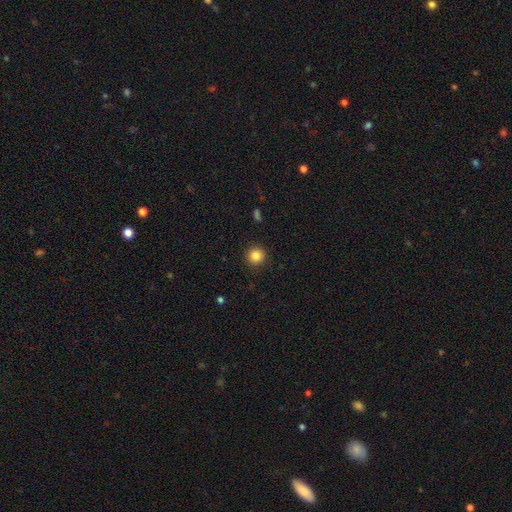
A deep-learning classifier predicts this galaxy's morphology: A smooth galaxy with no disk features (85%) that is round (95%). Merging: none (92%).